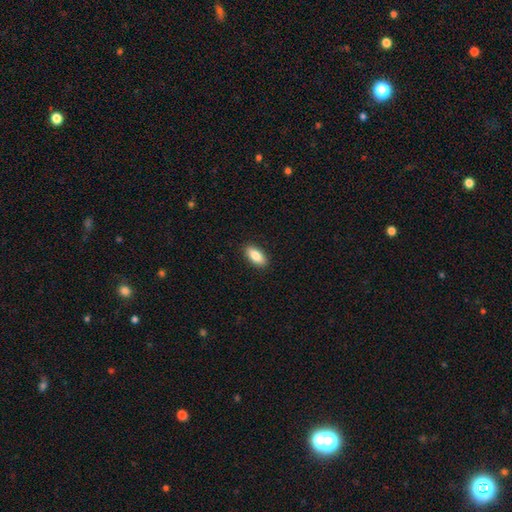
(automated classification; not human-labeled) Smooth or featured? Predicted: smooth (p=0.84). How rounded? Predicted: in between (p=0.88). Merging? Predicted: none (p=0.91).